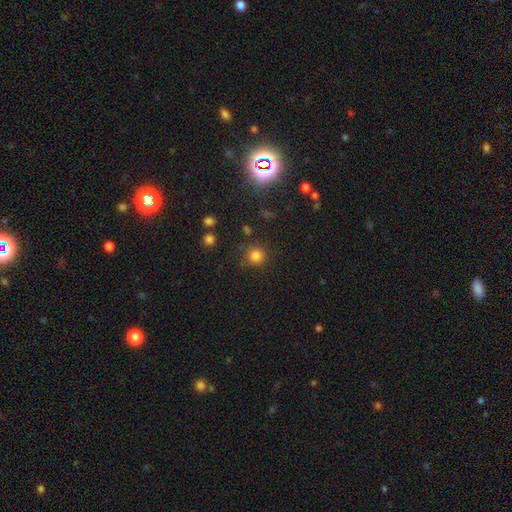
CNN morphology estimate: Overall: smooth (81%). How rounded: round (92%). Merging: none (84%).